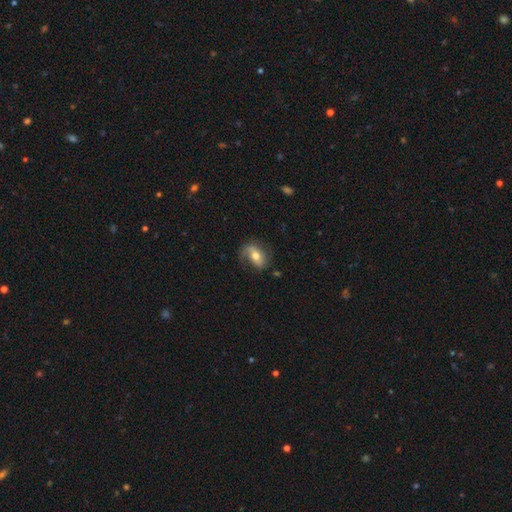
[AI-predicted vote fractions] Smooth or featured? smooth (48%)
Merging? none (59%)